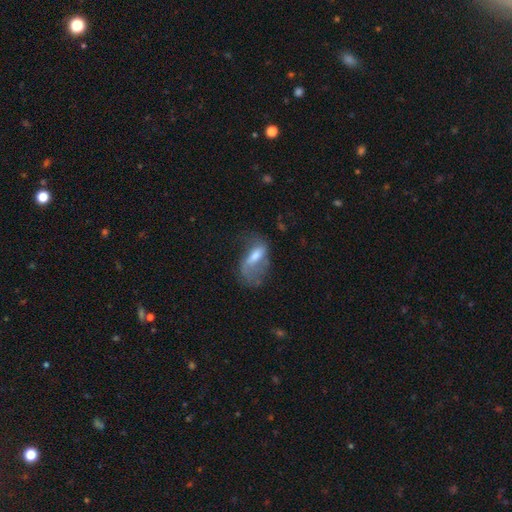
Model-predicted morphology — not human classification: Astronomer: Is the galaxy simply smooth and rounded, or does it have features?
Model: featured or disk — 47% (runner-up: smooth, 44%).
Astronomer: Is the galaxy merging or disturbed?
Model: major disturbance — 40% (runner-up: none, 33%).